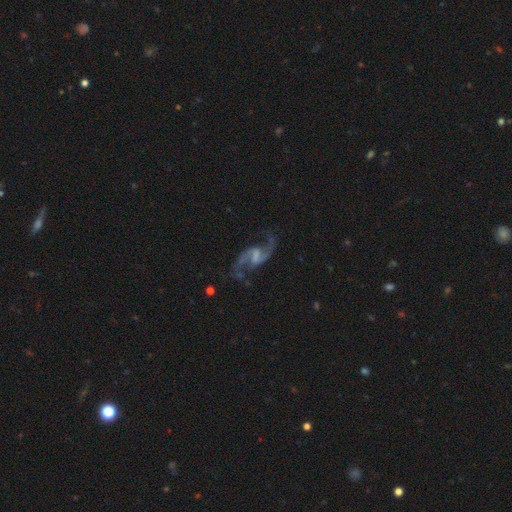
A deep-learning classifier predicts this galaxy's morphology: smooth-or-featured: featured or disk: 91% | star or artifact: 5% | smooth: 4%
  disk-edge-on: no: 98% | yes: 2%
    bar: weak: 54% | strong: 30% | no: 17%
    has-spiral-arms: yes: 97% | no: 3%
      spiral-winding: loose: 64% | medium: 31% | tight: 5%
      spiral-arm-count: 2: 94% | can't tell: 2% | 1: 2% | 3: 1% | 4: 1% | more than 4: 1%
    bulge-size: none: 52% | small: 25% | moderate: 18% | large: 4% | dominant: 1%
  merging: none: 74% | minor disturbance: 15% | major disturbance: 9% | merger: 3%